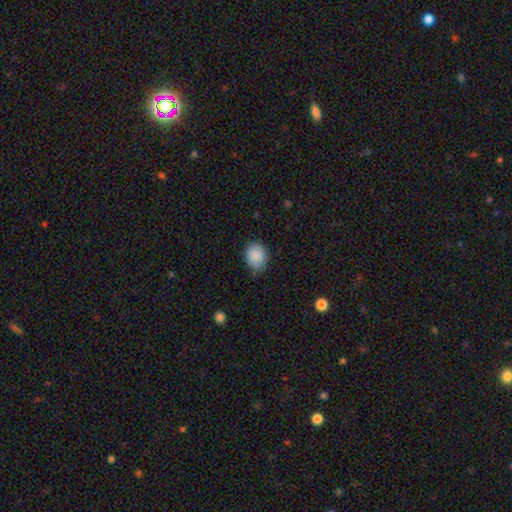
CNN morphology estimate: smooth 89%, star or artifact 8%, featured or disk 3%. Down the decision tree: how rounded — round (54%); merging — none (77%).